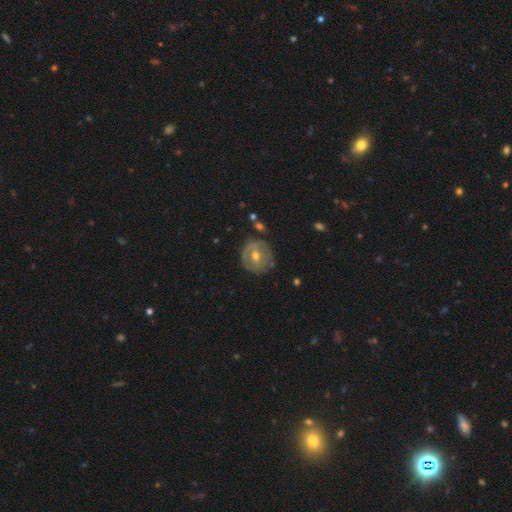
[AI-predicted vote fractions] smooth_or_featured: featured or disk (p=0.55) [alt: smooth p=0.37]
disk_edge_on: no (p=0.95) [alt: yes p=0.05]
bar: no (p=0.55) [alt: weak p=0.34]
has_spiral_arms: no (p=0.64) [alt: yes p=0.36]
bulge_size: moderate (p=0.70) [alt: small p=0.26]
merging: none (p=0.78) [alt: minor disturbance p=0.15]